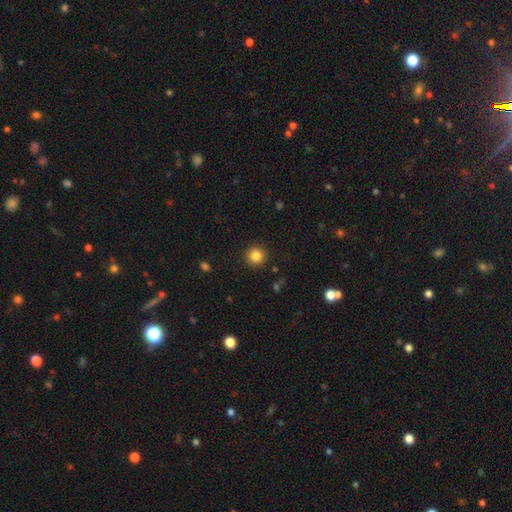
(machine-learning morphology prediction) The model was most divided on "smooth or featured": smooth: 85%, star or artifact: 10%, featured or disk: 5%. More confident: how rounded — round (95%); merging — none (91%).